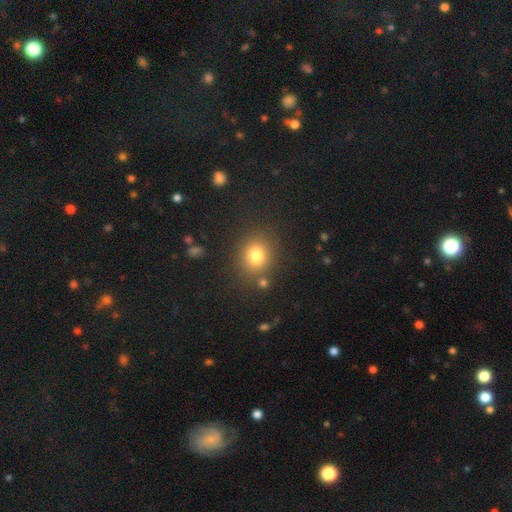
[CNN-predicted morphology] Smooth or featured? smooth (78%)
How rounded? round (71%)
Merging? none (81%)